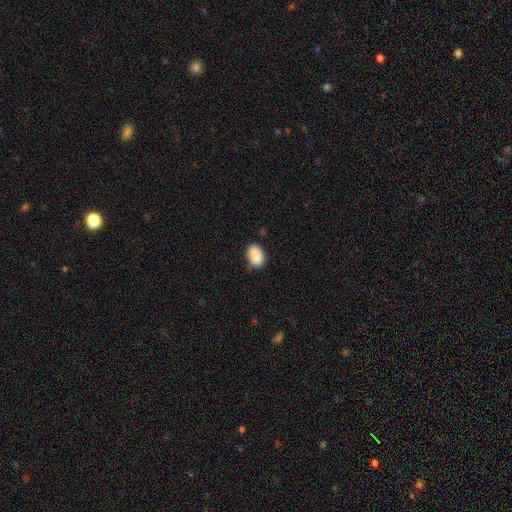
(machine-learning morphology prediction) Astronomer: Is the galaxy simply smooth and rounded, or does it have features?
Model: smooth — 90%.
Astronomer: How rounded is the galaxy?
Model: in between — 89%.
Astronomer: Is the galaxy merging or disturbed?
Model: none — 80%.